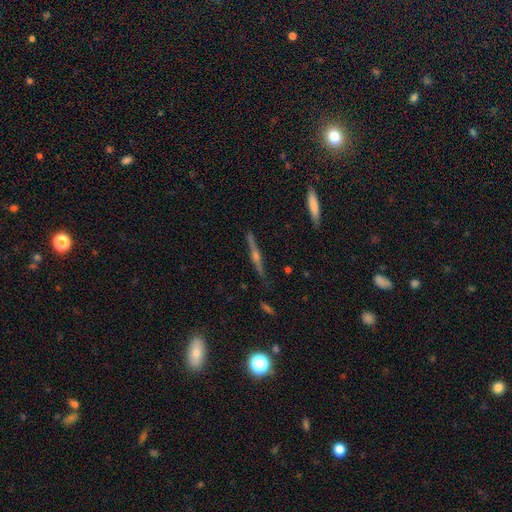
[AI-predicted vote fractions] smooth-or-featured: featured or disk: 79% | smooth: 13% | star or artifact: 8%
  disk-edge-on: yes: 97% | no: 3%
    edge-on-bulge: rounded: 88% | boxy: 6% | none: 6%
  merging: none: 86% | minor disturbance: 10% | major disturbance: 2% | merger: 2%